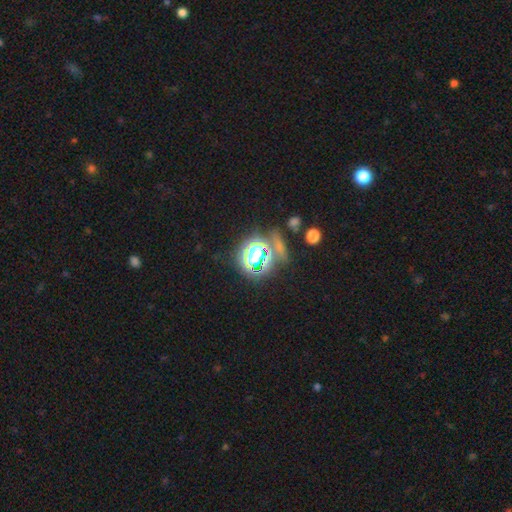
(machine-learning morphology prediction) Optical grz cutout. It shows a star or artifact, not a galaxy (62%).